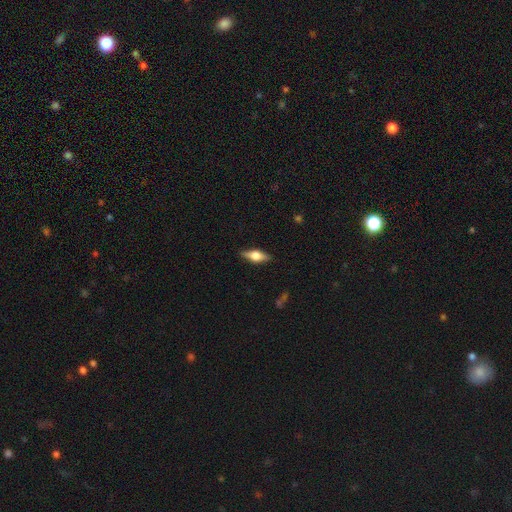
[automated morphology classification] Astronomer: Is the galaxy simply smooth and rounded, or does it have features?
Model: featured or disk — 57% (runner-up: smooth, 36%).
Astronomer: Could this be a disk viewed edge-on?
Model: yes — 94%.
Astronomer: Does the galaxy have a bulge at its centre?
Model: rounded — 92%.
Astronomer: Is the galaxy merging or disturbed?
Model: none — 87%.